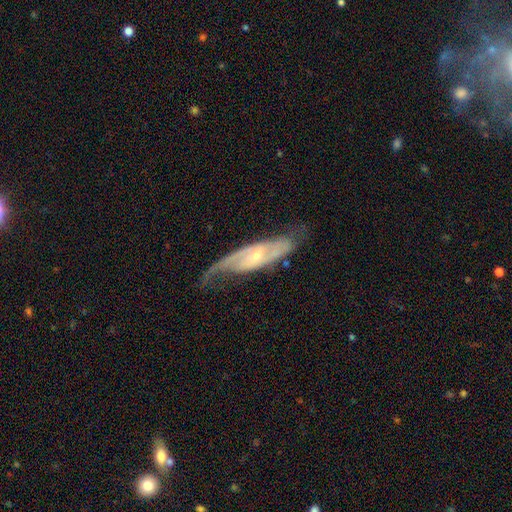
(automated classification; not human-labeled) A featured or disk galaxy (82%) with a weak bar (42%), 2 (69%) medium (43%) spiral arms (92%) and a small central bulge (63%). Merging: none (56%).